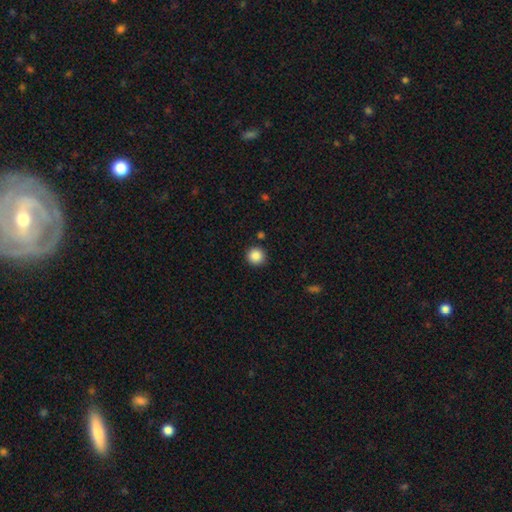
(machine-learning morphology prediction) Overall: smooth (87%). How rounded: round (94%). Merging: none (90%).